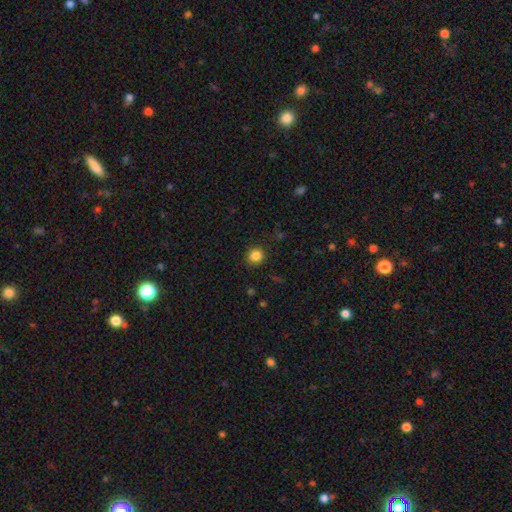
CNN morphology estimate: Smooth or featured: smooth — 85% (star or artifact — 11%)
How rounded: round — 87% (in between — 12%)
Merging: none — 88% (minor disturbance — 8%)